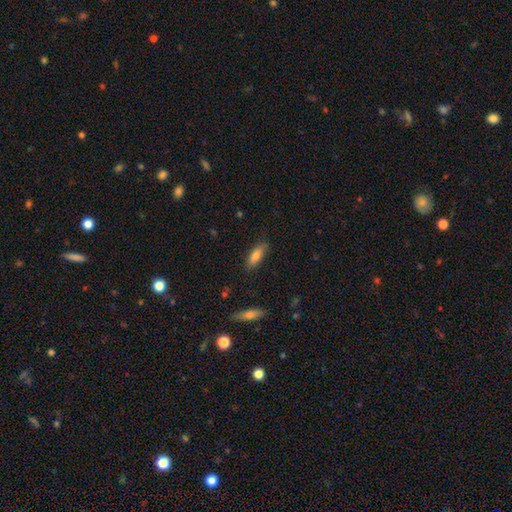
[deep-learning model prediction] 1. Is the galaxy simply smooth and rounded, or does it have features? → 77% smooth, 16% featured or disk, 7% star or artifact.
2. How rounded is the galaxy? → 55% in between, 43% cigar-shaped, 2% round.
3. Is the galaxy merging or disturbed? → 82% none, 13% minor disturbance, 3% major disturbance, 2% merger.